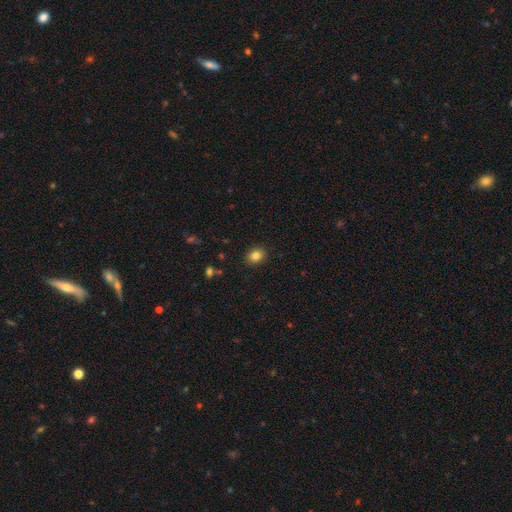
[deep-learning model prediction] This is clearly a smooth galaxy (83%). How rounded: possibly round (55%). Merging: clearly none (90%).